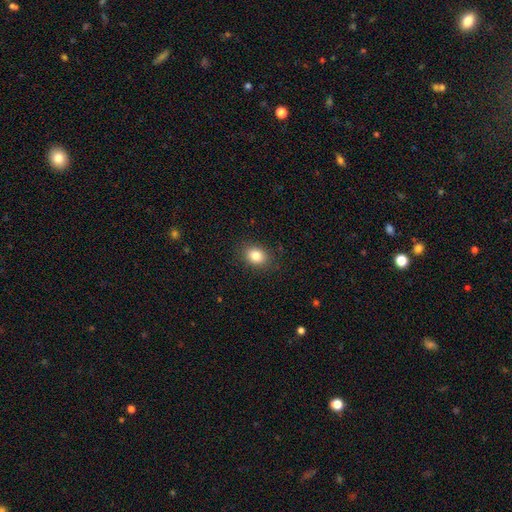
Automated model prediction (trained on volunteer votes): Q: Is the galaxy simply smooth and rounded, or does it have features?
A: smooth — 84%.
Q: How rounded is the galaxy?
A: in between — 61%.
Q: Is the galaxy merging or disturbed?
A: none — 87%.